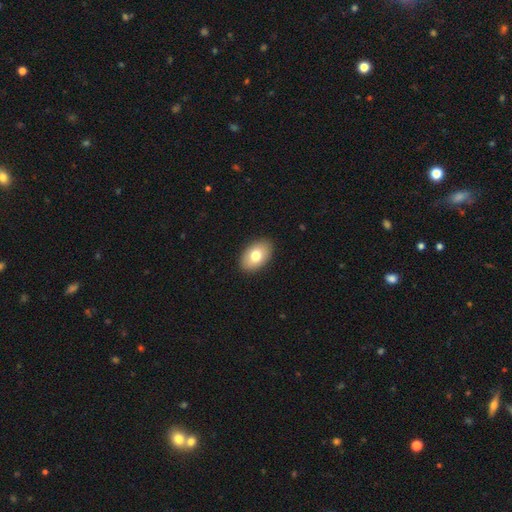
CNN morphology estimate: smooth_or_featured: smooth (p=0.76) [alt: featured or disk p=0.17]
how_rounded: in between (p=0.90) [alt: round p=0.09]
merging: none (p=0.90) [alt: minor disturbance p=0.07]